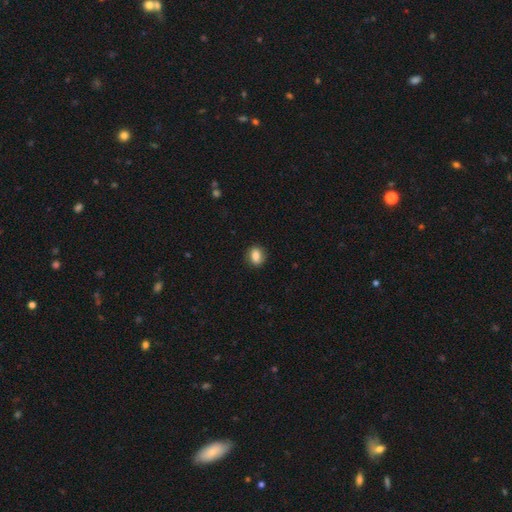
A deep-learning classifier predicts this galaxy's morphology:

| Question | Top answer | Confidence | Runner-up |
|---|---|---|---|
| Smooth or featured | smooth | 79% | featured or disk (12%) |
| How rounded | in between | 57% | round (41%) |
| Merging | none | 85% | minor disturbance (11%) |